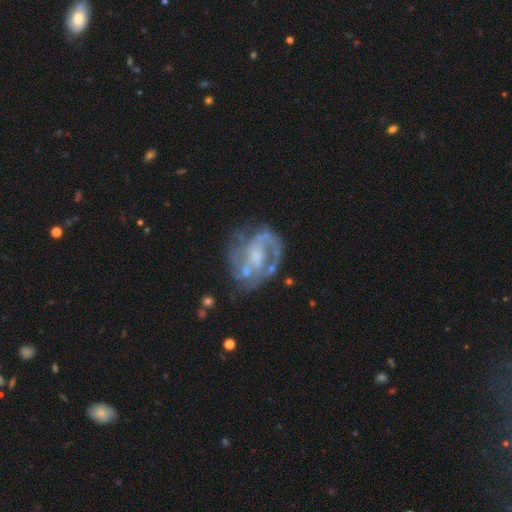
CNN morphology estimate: A featured or disk galaxy (82%) with no bar (57%), 2 (40%) medium (43%) spiral arms (79%) and a moderate central bulge (35%).

Vote fractions:
- Smooth or featured? featured or disk: 82% / smooth: 11% / star or artifact: 7%
- Edge-on disk? no: 98% / yes: 2%
- Bar? no: 57% / weak: 34% / strong: 9%
- Spiral arms? yes: 79% / no: 21%
- Spiral winding? medium: 43% / tight: 38% / loose: 20%
- Spiral arm count? 2: 40% / can't tell: 28% / 1: 14% / 3: 11% / 4: 4% / more than 4: 3%
- Bulge size? moderate: 35% / small: 28% / none: 28% / large: 7% / dominant: 2%
- Merging? none: 53% / minor disturbance: 20% / major disturbance: 20% / merger: 6%